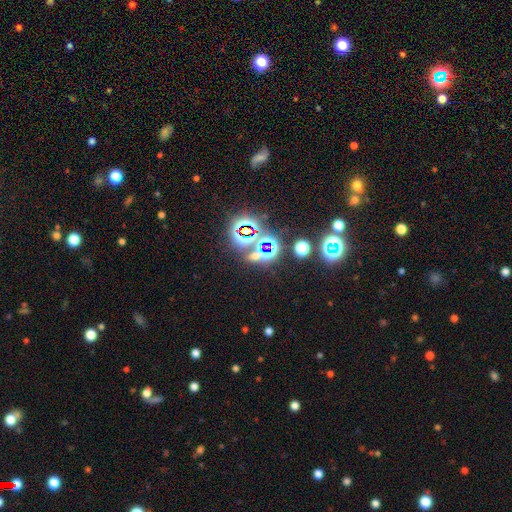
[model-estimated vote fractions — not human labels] smooth-or-featured: star or artifact: 64% | smooth: 27% | featured or disk: 10%